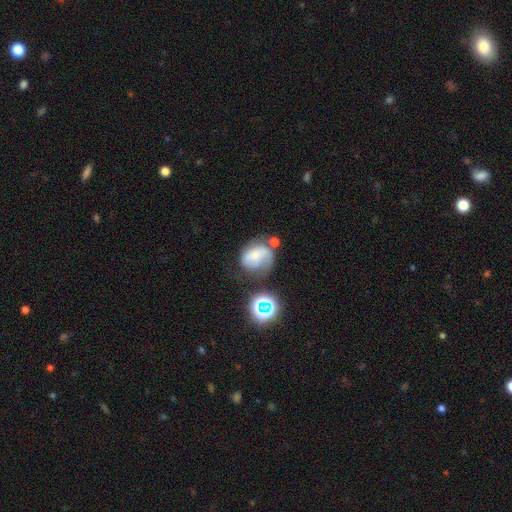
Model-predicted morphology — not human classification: The model was most divided on "smooth or featured": featured or disk: 43%, smooth: 42%, star or artifact: 14%. Remaining: merging — none (39%).